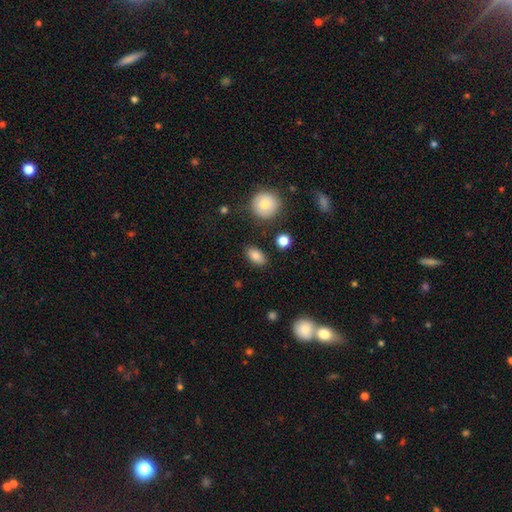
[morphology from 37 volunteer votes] A smooth galaxy with no disk features (84%) that is in between round and cigar-shaped (87%).

Vote fractions:
- Smooth or featured? smooth: 84% / featured or disk: 11% / star or artifact: 5%
- How rounded? in between: 87% / round: 10% / cigar-shaped: 3%
- Merging? none: 91% / minor disturbance: 6% / merger: 3% / major disturbance: 0%